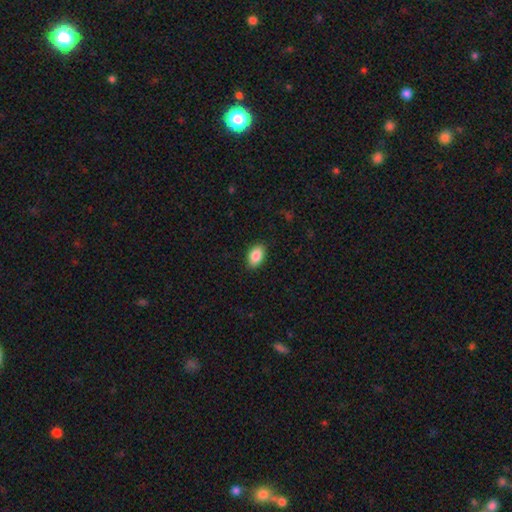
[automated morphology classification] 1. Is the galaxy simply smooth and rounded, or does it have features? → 89% smooth, 7% star or artifact, 4% featured or disk.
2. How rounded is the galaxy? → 91% in between, 8% round, 1% cigar-shaped.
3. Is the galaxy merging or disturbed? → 89% none, 8% minor disturbance, 2% major disturbance, 1% merger.